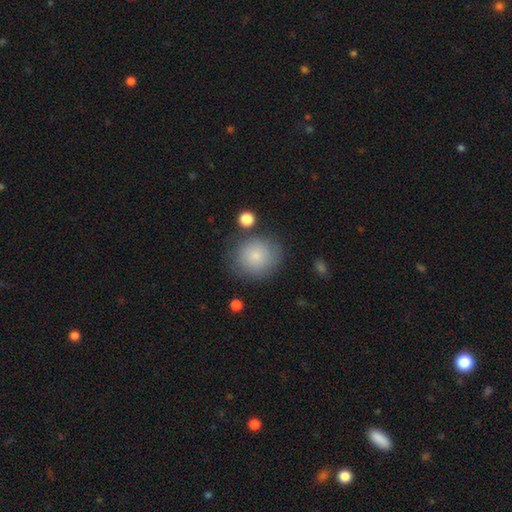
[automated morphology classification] smooth_or_featured: smooth (p=0.82) [alt: featured or disk p=0.09]
how_rounded: round (p=0.85) [alt: in between p=0.14]
merging: none (p=0.77) [alt: minor disturbance p=0.14]